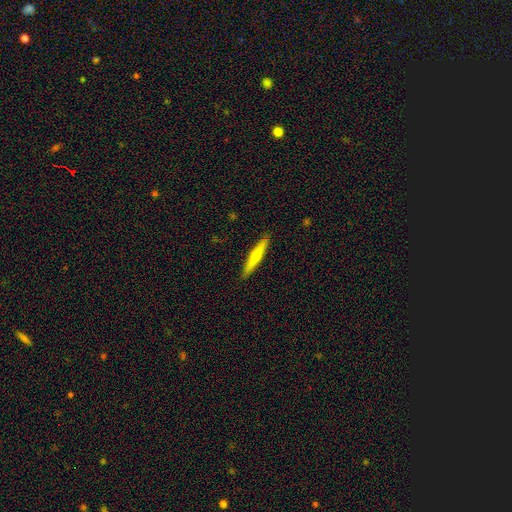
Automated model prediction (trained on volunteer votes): Morphology: type=smooth (50%); merging=none (91%).